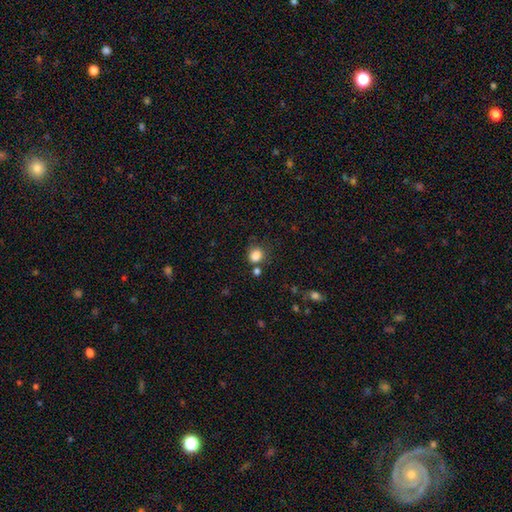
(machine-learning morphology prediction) smooth-or-featured: smooth: 84% | star or artifact: 12% | featured or disk: 4%
  how-rounded: round: 72% | in between: 27% | cigar-shaped: 1%
  merging: none: 68% | minor disturbance: 15% | merger: 11% | major disturbance: 6%